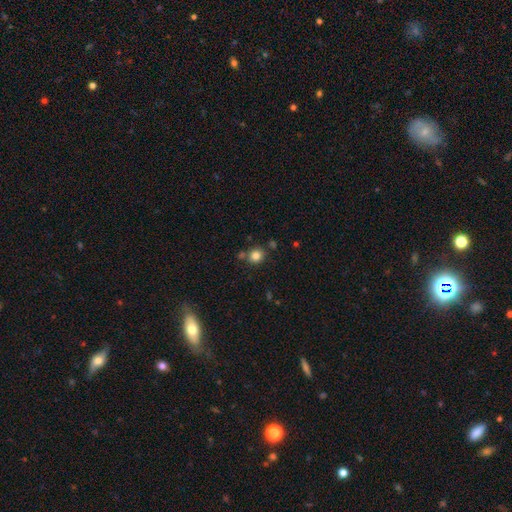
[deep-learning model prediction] This appears to be a smooth galaxy with no disk features (83%) that is round (85%). Merging: none (75%).